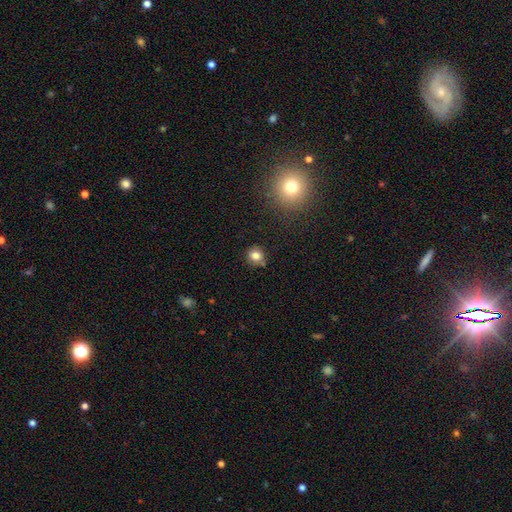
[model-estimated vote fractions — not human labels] Smooth or featured?
  - smooth: 80% *
  - star or artifact: 12%
  - featured or disk: 8%
How rounded?
  - round: 88% *
  - in between: 11%
  - cigar-shaped: 1%
Merging?
  - none: 81% *
  - minor disturbance: 11%
  - merger: 6%
  - major disturbance: 3%